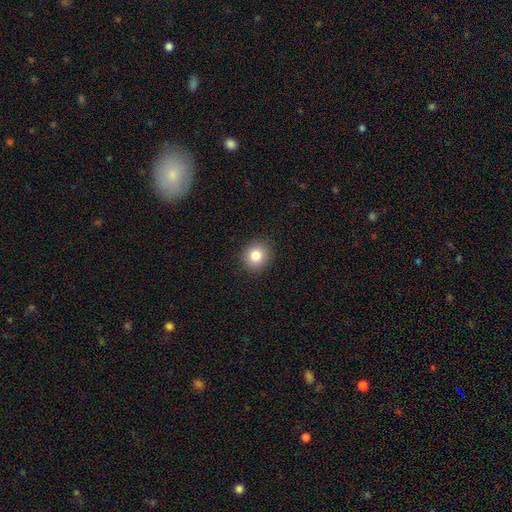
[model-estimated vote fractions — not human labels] Smooth or featured? smooth (83%)
How rounded? round (81%)
Merging? none (91%)